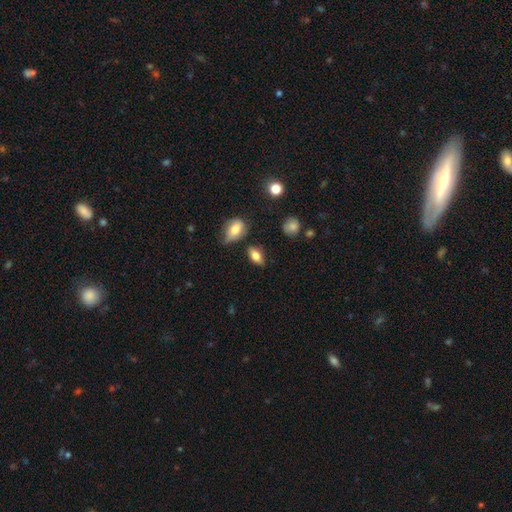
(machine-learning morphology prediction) This is likely a smooth galaxy (75%). How rounded: clearly in between (83%). Merging: likely none (74%).